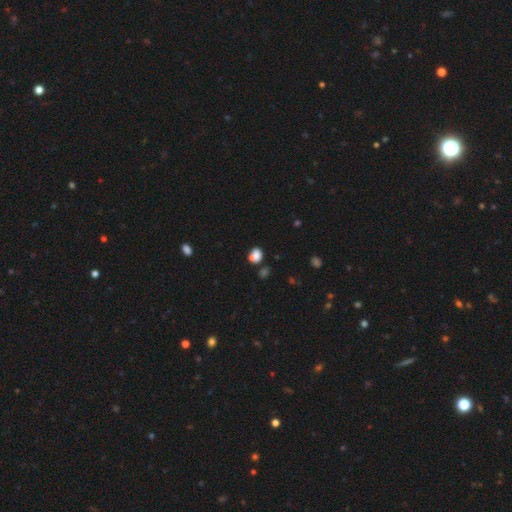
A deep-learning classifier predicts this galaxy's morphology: Overall: smooth (81%). How rounded: in between (53%; round 46%). Merging: none (58%; minor disturbance 20%).